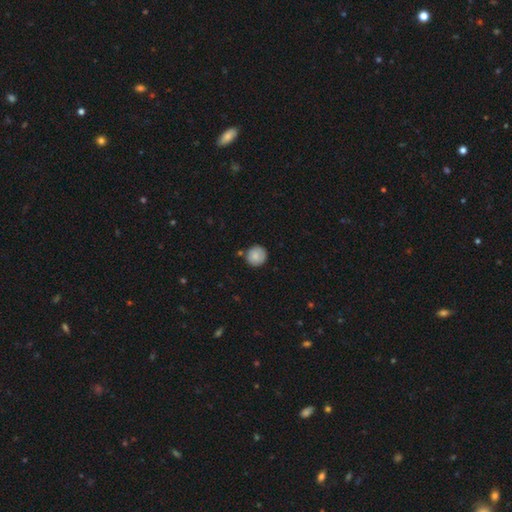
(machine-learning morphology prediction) This is clearly a smooth galaxy (82%). How rounded: clearly round (93%). Merging: clearly none (80%).